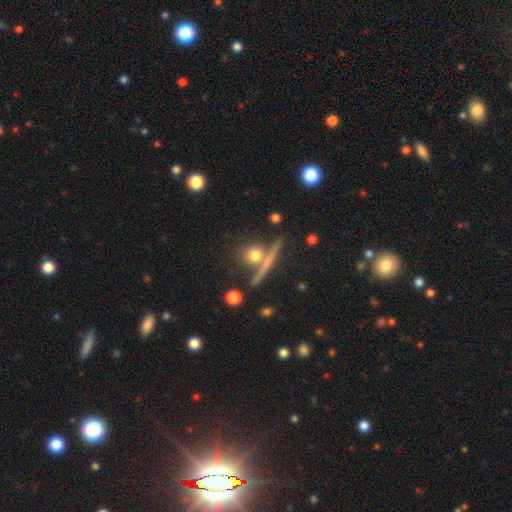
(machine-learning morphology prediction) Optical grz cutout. It shows a smooth galaxy with no disk features (62%) that is round (76%). Merging: none (71%).